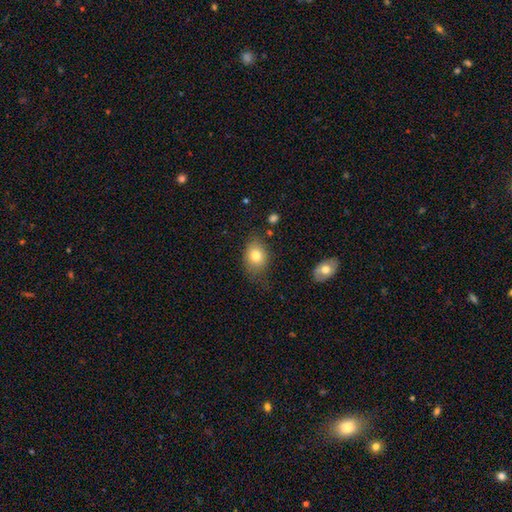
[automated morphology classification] Smooth or featured? smooth (79%)
How rounded? in between (62%)
Merging? none (67%)